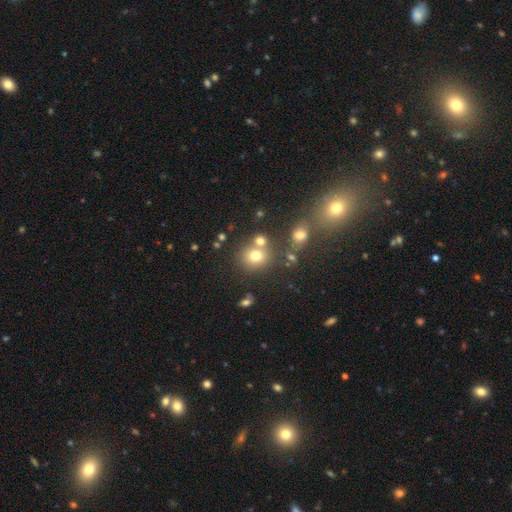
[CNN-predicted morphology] Smooth or featured? Predicted: smooth (p=0.72). How rounded? Predicted: round (p=0.79). Merging? Predicted: none (p=0.59).